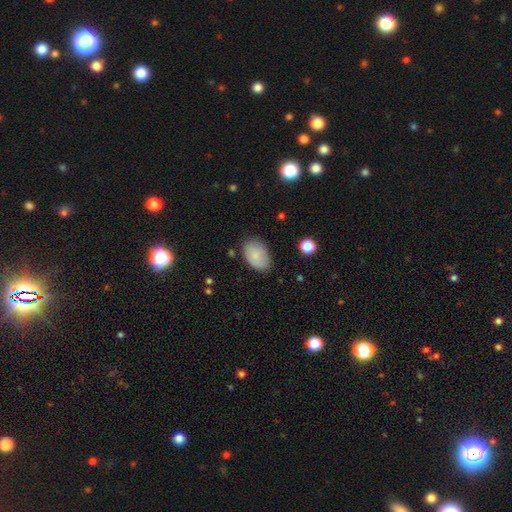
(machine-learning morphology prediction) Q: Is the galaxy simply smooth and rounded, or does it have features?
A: smooth — 84%.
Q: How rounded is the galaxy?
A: in between — 90%.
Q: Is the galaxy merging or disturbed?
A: none — 78%.